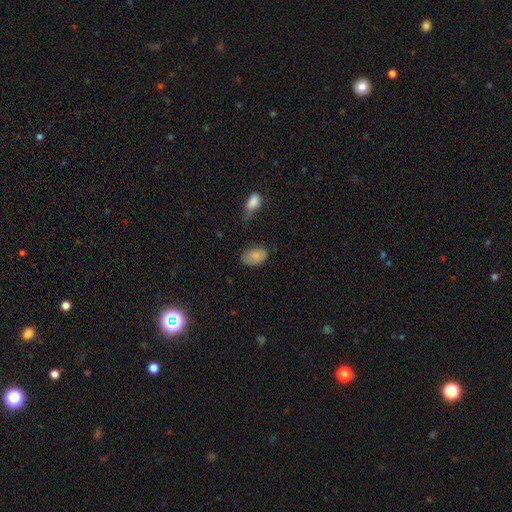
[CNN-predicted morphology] Q: Smooth or featured?
A: smooth (83%); runner-up: featured or disk (9%)
Q: How rounded?
A: in between (89%); runner-up: round (10%)
Q: Merging?
A: none (65%); runner-up: minor disturbance (26%)